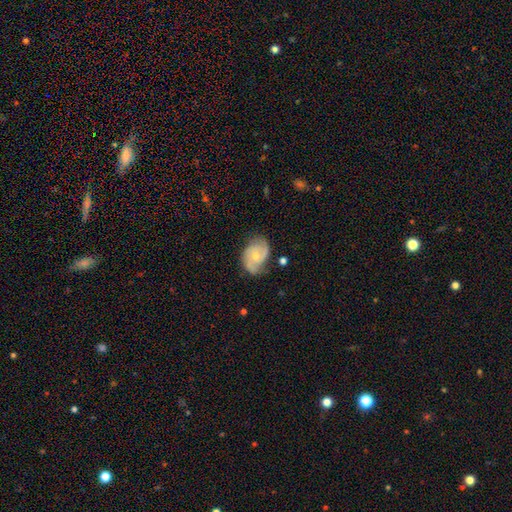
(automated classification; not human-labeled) Q: Smooth or featured?
A: featured or disk (73%); runner-up: smooth (21%)
Q: Edge-on disk?
A: no (97%); runner-up: yes (3%)
Q: Bar?
A: no (65%); runner-up: weak (31%)
Q: Spiral arms?
A: yes (93%); runner-up: no (7%)
Q: Spiral winding?
A: medium (49%); runner-up: tight (32%)
Q: Spiral arm count?
A: 2 (80%); runner-up: can't tell (9%)
Q: Bulge size?
A: small (57%); runner-up: moderate (39%)
Q: Merging?
A: none (67%); runner-up: minor disturbance (24%)